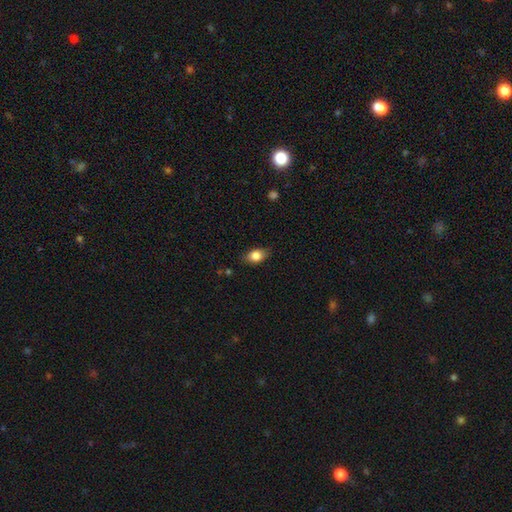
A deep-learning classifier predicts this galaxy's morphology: A smooth galaxy with no disk features (81%) that is in between round and cigar-shaped (81%). Merging: none (81%).